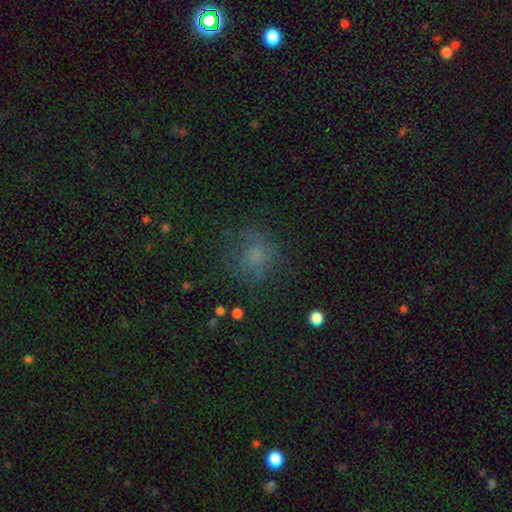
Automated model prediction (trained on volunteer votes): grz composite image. It shows a smooth galaxy with no disk features (64%) that is round (75%). Merging: none (65%).